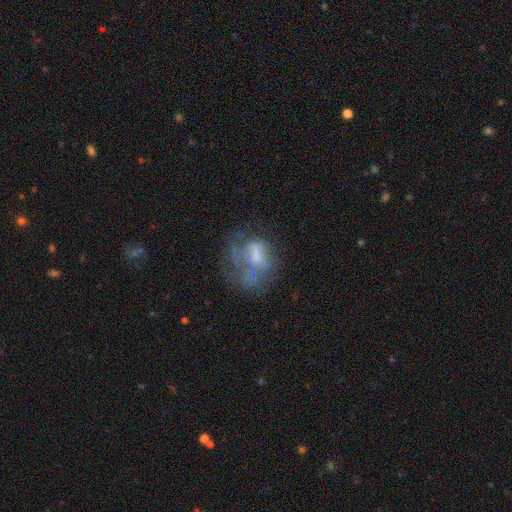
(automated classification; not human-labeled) Smooth or featured?
  - featured or disk: 52% *
  - smooth: 33%
  - star or artifact: 15%
Edge-on disk?
  - no: 97% *
  - yes: 3%
Bar?
  - no: 64% *
  - weak: 28%
  - strong: 9%
Spiral arms?
  - no: 80% *
  - yes: 20%
Bulge size?
  - none: 38% *
  - moderate: 28%
  - small: 27%
  - large: 6%
  - dominant: 1%
Merging?
  - major disturbance: 39% *
  - none: 35%
  - minor disturbance: 19%
  - merger: 6%